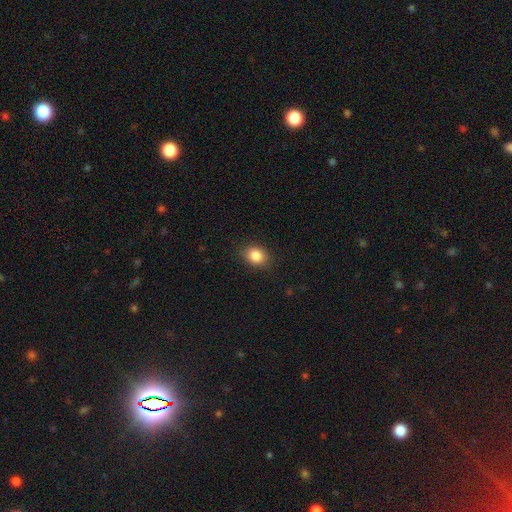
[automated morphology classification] This appears to be a smooth galaxy with no disk features (85%) that is round (52%). Merging: none (87%).